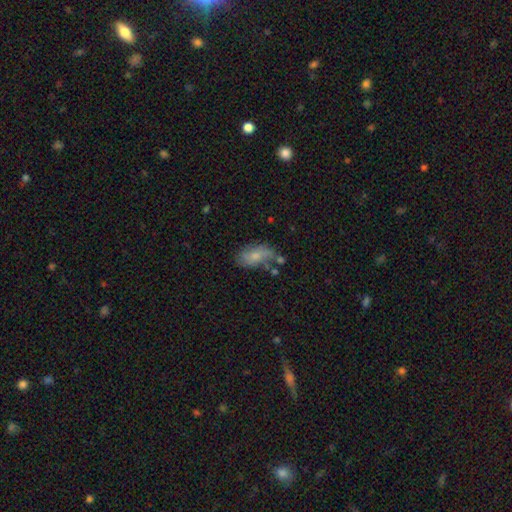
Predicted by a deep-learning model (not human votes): Smooth or featured: smooth — 63% (featured or disk — 28%)
How rounded: in between — 90% (round — 5%)
Merging: none — 51% (minor disturbance — 27%)